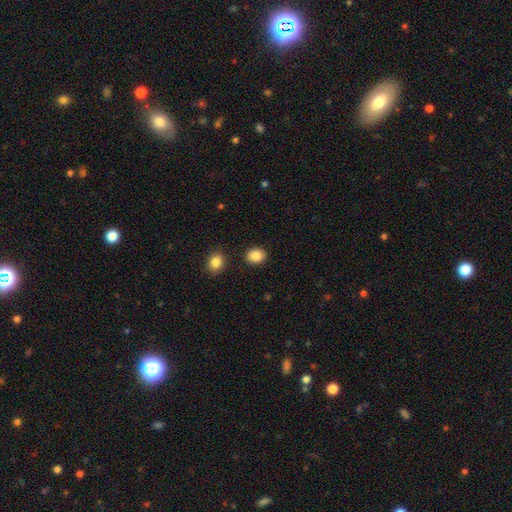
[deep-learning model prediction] The model was most divided on "how rounded": round: 53%, in between: 46%, cigar-shaped: 1%. More confident: merging — none (88%); smooth or featured — smooth (88%).